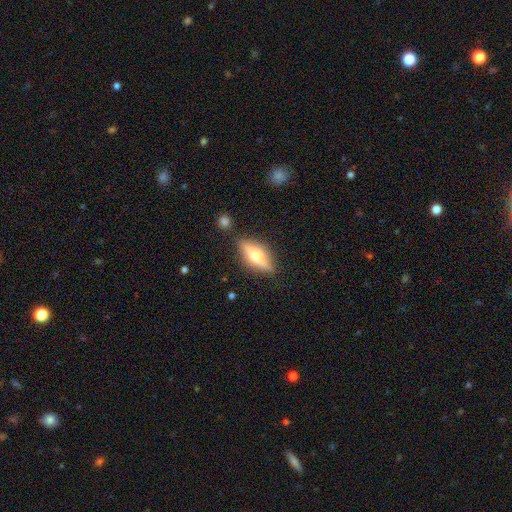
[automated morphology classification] Smooth or featured? featured or disk (59%)
Edge-on disk? yes (90%)
Edge-on bulge? rounded (90%)
Merging? none (82%)